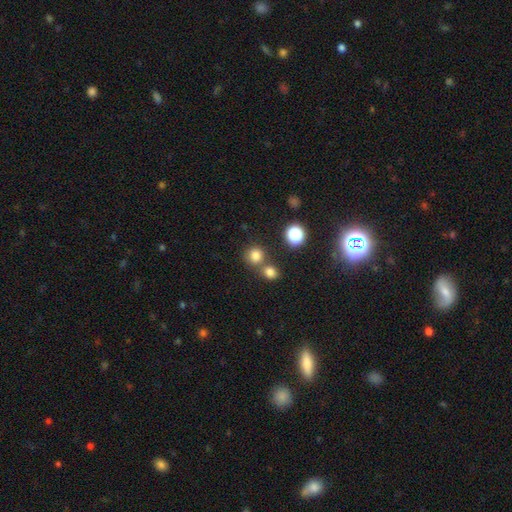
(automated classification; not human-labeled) Smooth or featured? Predicted: smooth (p=0.78). How rounded? Predicted: round (p=0.87). Merging? Predicted: none (p=0.62).